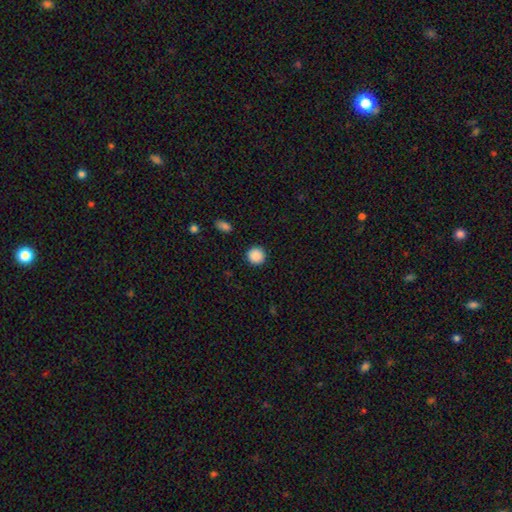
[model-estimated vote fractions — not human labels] This is clearly a smooth galaxy (89%). How rounded: clearly round (95%). Merging: clearly none (92%).